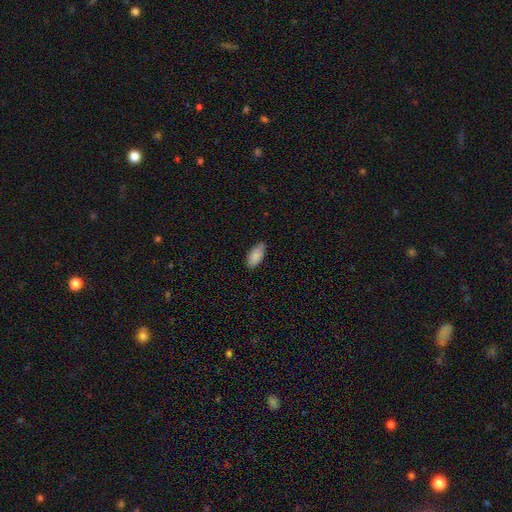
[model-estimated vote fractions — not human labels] Smooth or featured?
  - smooth: 88% *
  - star or artifact: 6%
  - featured or disk: 6%
How rounded?
  - in between: 92% *
  - cigar-shaped: 6%
  - round: 2%
Merging?
  - none: 81% *
  - minor disturbance: 16%
  - major disturbance: 2%
  - merger: 1%